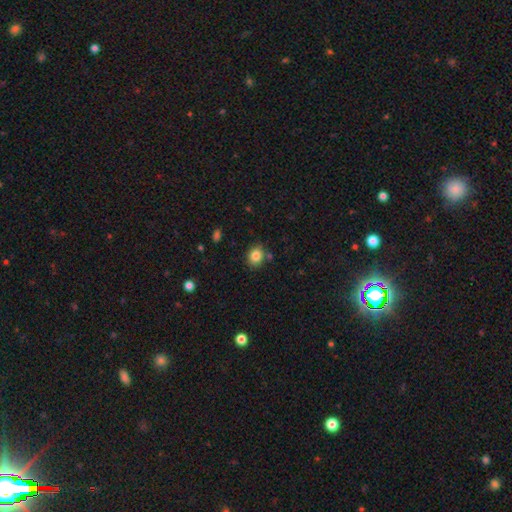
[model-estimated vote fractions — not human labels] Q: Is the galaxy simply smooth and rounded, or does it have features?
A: smooth — 84%.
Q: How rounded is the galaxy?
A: round — 55%.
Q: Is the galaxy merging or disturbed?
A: none — 79%.